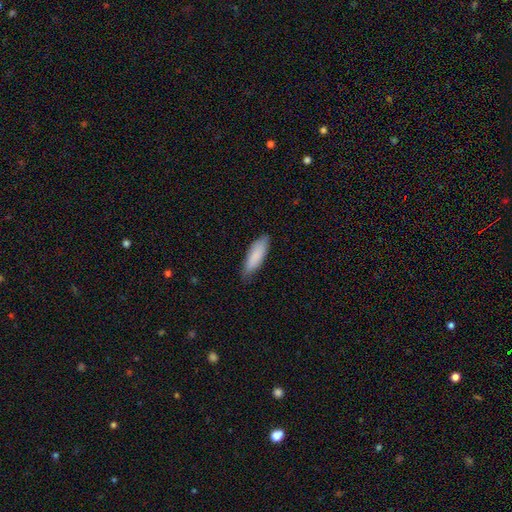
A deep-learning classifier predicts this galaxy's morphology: smooth-or-featured: smooth: 87% | featured or disk: 8% | star or artifact: 5%
  how-rounded: in between: 56% | cigar-shaped: 42% | round: 1%
  merging: none: 78% | minor disturbance: 19% | major disturbance: 3% | merger: 1%